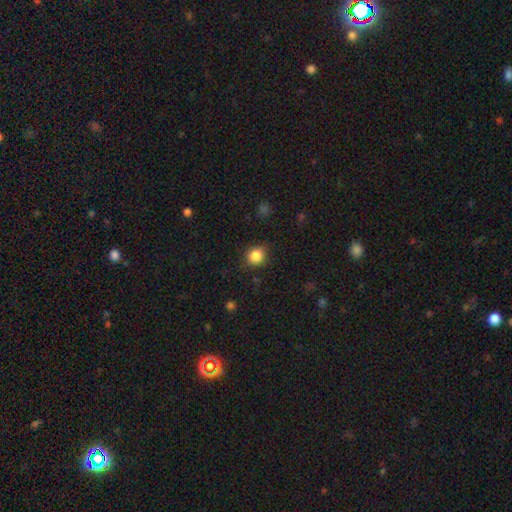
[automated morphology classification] Smooth or featured: smooth — 85% (star or artifact — 10%)
How rounded: round — 79% (in between — 20%)
Merging: none — 84% (minor disturbance — 11%)